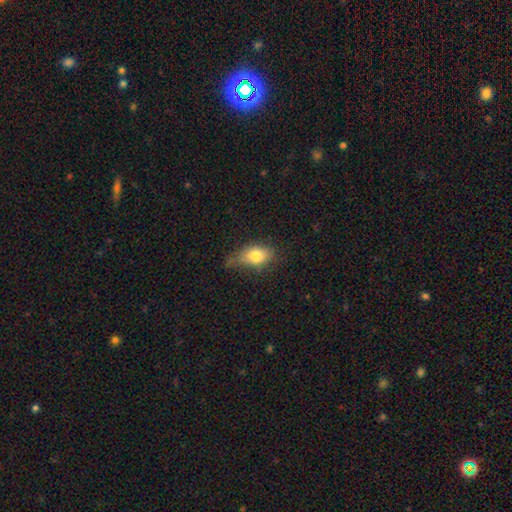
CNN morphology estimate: Smooth or featured? smooth (77%)
How rounded? in between (83%)
Merging? none (50%)